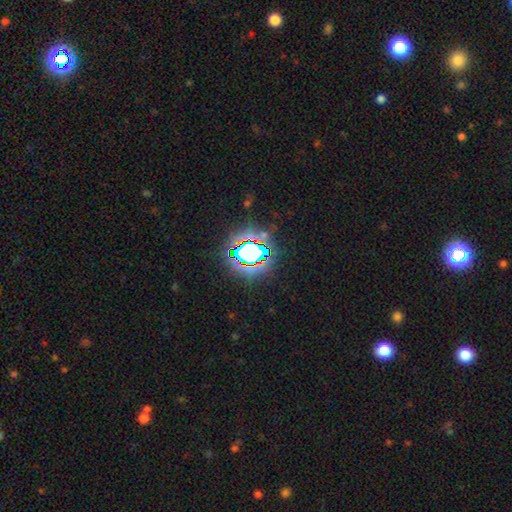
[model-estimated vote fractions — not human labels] Smooth or featured?
  - star or artifact: 69% *
  - smooth: 19%
  - featured or disk: 12%